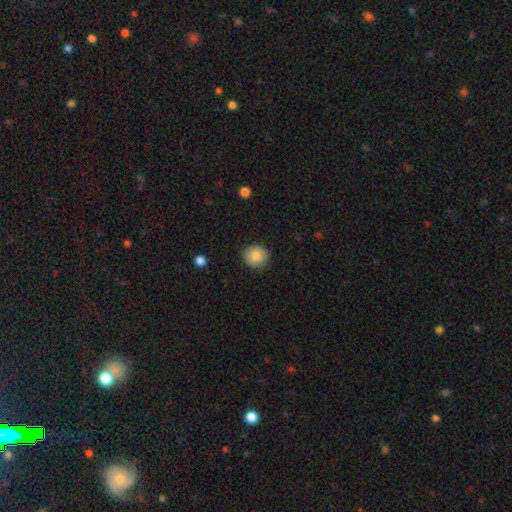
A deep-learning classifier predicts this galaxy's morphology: Overall: smooth (84%). How rounded: round (87%). Merging: none (85%).